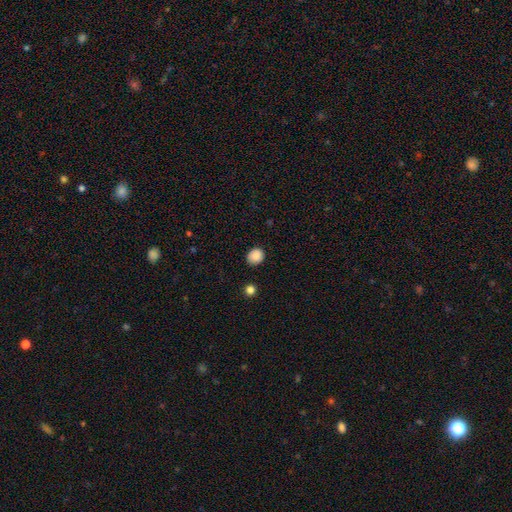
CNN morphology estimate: Smooth or featured? Predicted: smooth (p=0.87). How rounded? Predicted: round (p=0.74). Merging? Predicted: none (p=0.86).